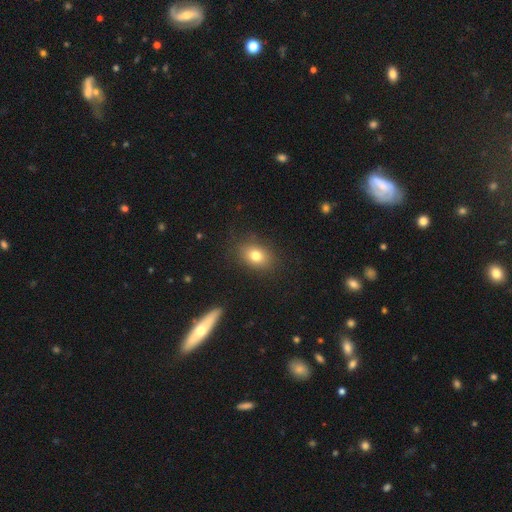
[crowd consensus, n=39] Overall: smooth (69%). How rounded: in between (67%; round 30%). Merging: none (89%).